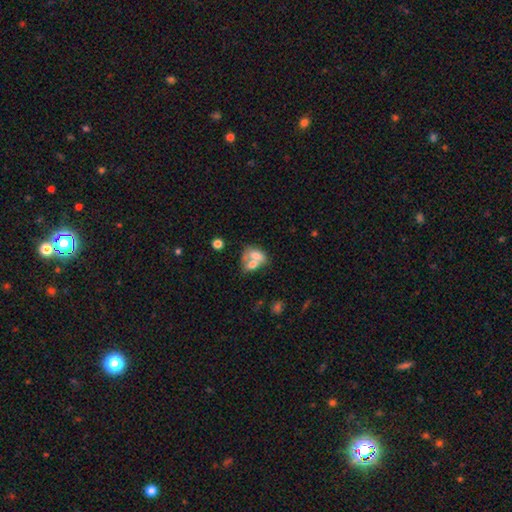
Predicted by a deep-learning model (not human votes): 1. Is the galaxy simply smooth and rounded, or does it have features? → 65% smooth, 26% featured or disk, 9% star or artifact.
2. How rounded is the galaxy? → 78% in between, 19% round, 2% cigar-shaped.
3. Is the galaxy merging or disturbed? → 67% merger, 19% none, 8% minor disturbance, 6% major disturbance.